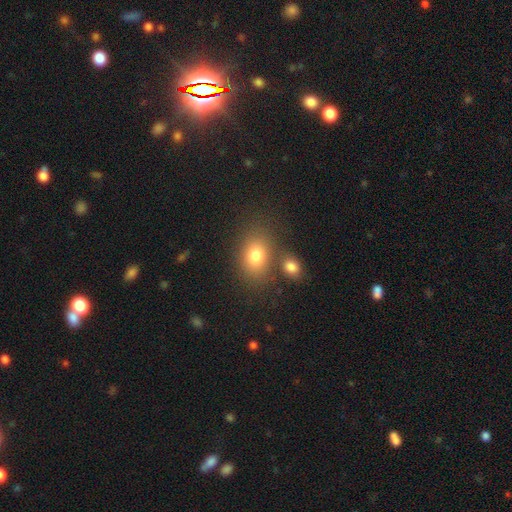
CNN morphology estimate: type=smooth (80%); roundness=in between (73%); merging=none (63%).